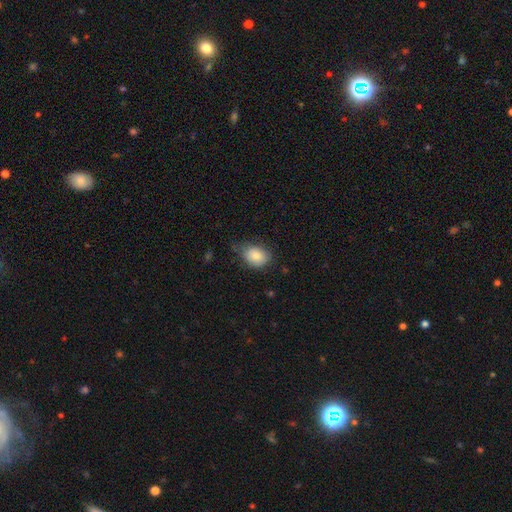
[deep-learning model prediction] Q: Smooth or featured?
A: smooth (83%); runner-up: featured or disk (9%)
Q: How rounded?
A: in between (70%); runner-up: round (29%)
Q: Merging?
A: none (56%); runner-up: minor disturbance (34%)